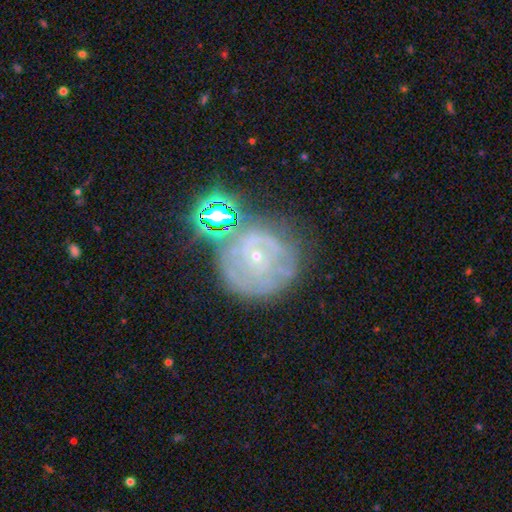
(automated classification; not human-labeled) Smooth or featured?
  - featured or disk: 69% *
  - smooth: 18%
  - star or artifact: 13%
Edge-on disk?
  - no: 97% *
  - yes: 3%
Bar?
  - no: 76% *
  - weak: 18%
  - strong: 6%
Spiral arms?
  - yes: 78% *
  - no: 22%
Spiral winding?
  - tight: 68% *
  - medium: 24%
  - loose: 8%
Spiral arm count?
  - can't tell: 47% *
  - 2: 22%
  - 3: 14%
  - 4: 7%
  - 1: 6%
  - more than 4: 5%
Bulge size?
  - small: 85% *
  - moderate: 11%
  - none: 2%
  - large: 1%
  - dominant: 1%
Merging?
  - none: 61% *
  - minor disturbance: 19%
  - major disturbance: 10%
  - merger: 10%